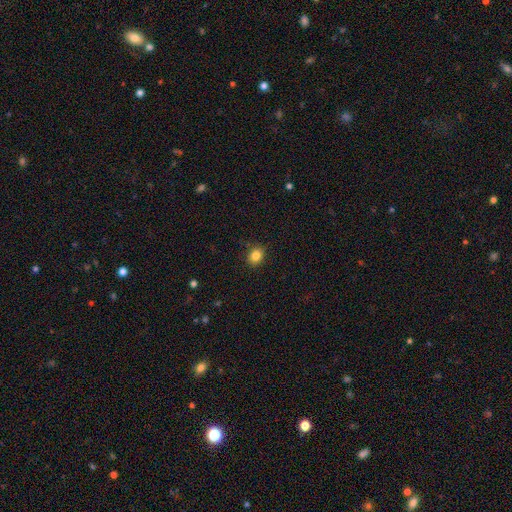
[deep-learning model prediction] Q: Smooth or featured?
A: smooth (84%); runner-up: star or artifact (11%)
Q: How rounded?
A: round (57%); runner-up: in between (42%)
Q: Merging?
A: none (87%); runner-up: minor disturbance (10%)